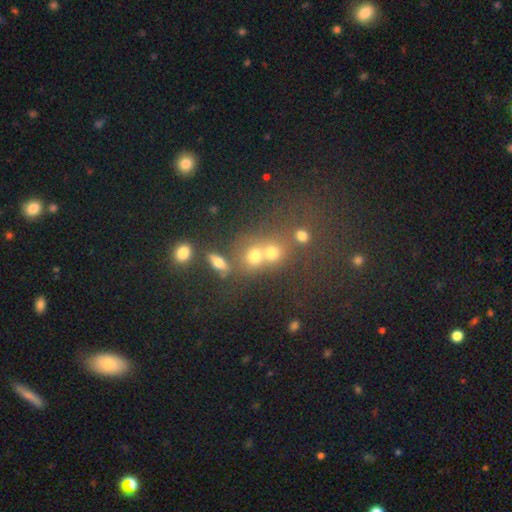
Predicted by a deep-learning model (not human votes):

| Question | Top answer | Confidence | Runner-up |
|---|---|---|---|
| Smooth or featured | smooth | 59% | star or artifact (24%) |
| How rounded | round | 71% | in between (27%) |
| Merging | merger | 46% | none (41%) |